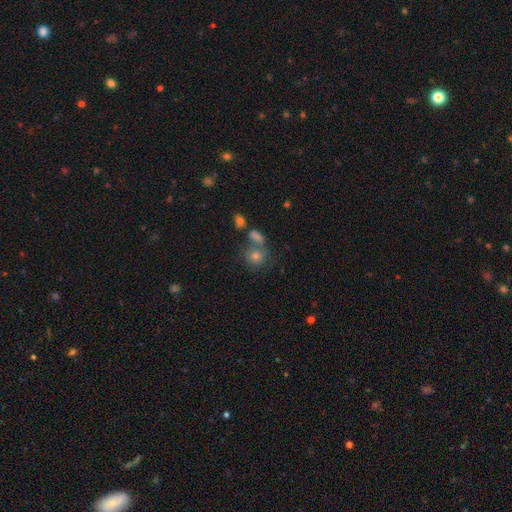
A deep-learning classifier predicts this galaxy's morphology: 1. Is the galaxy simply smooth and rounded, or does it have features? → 53% smooth, 29% star or artifact, 18% featured or disk.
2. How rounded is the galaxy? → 84% round, 14% in between, 2% cigar-shaped.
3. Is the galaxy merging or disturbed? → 59% none, 26% merger, 10% minor disturbance, 5% major disturbance.